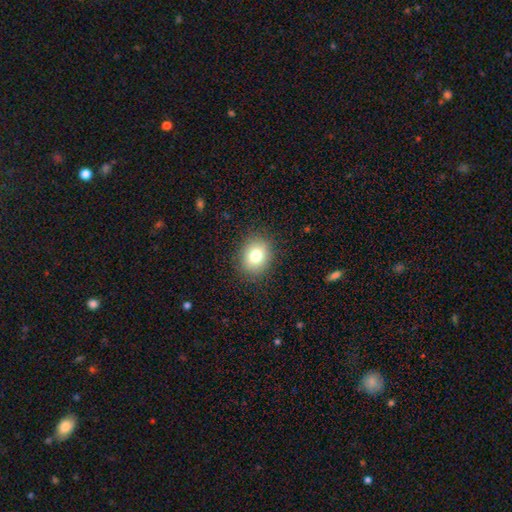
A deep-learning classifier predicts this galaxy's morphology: The model was most divided on "how rounded": round: 55%, in between: 44%, cigar-shaped: 1%. More confident: merging — none (88%); smooth or featured — smooth (78%).